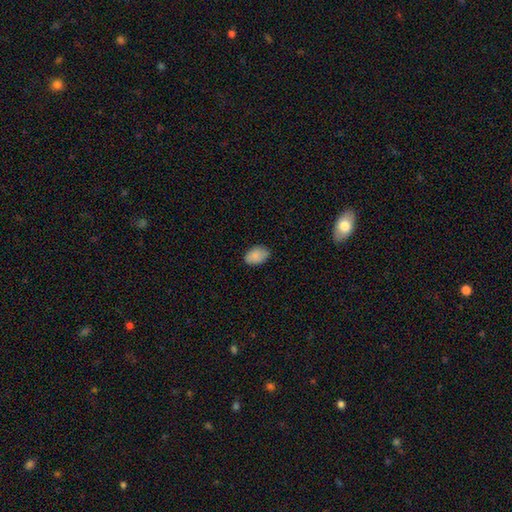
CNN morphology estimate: smooth_or_featured: smooth (p=0.87) [alt: star or artifact p=0.08]
how_rounded: in between (p=0.85) [alt: round p=0.14]
merging: none (p=0.81) [alt: minor disturbance p=0.15]